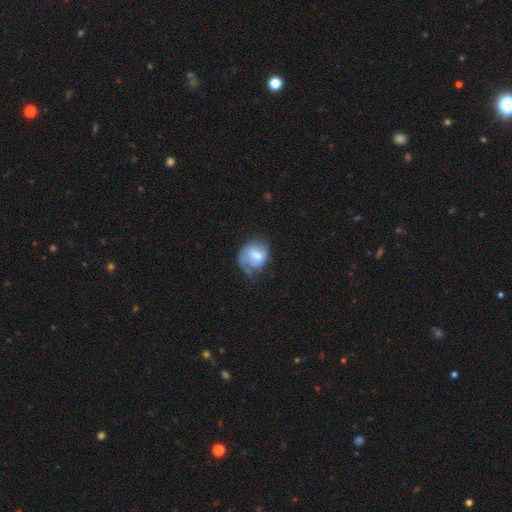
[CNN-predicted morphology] smooth 51%, featured or disk 42%, star or artifact 7%. Down the decision tree: how rounded — round (54%); merging — none (36%).